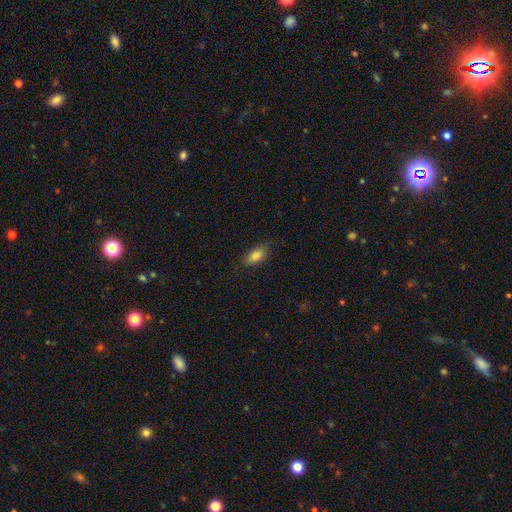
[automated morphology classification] type=smooth (84%); roundness=in between (87%); merging=none (79%).